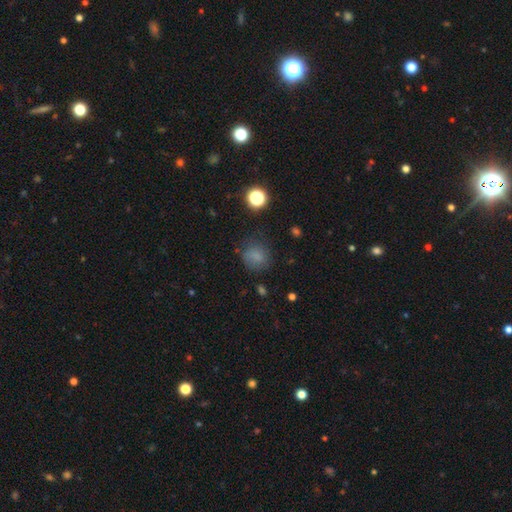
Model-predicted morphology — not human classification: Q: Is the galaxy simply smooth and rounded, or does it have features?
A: smooth — 75%.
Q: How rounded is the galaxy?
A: round — 80%.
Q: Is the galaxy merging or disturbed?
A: none — 70%.